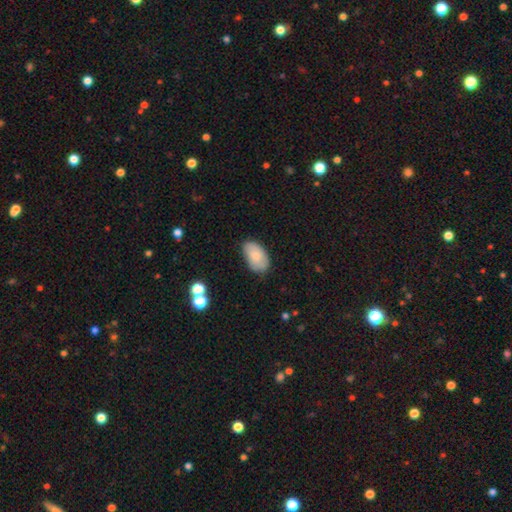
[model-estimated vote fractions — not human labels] Morphology: type=smooth (71%); roundness=in between (93%); merging=none (74%).